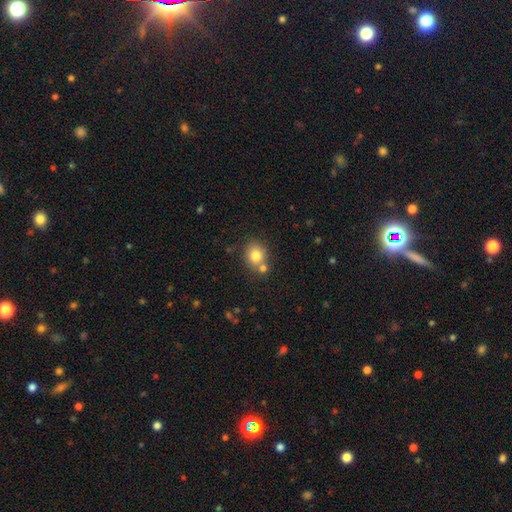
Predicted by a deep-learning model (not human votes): Smooth or featured? smooth (79%)
How rounded? round (68%)
Merging? none (65%)